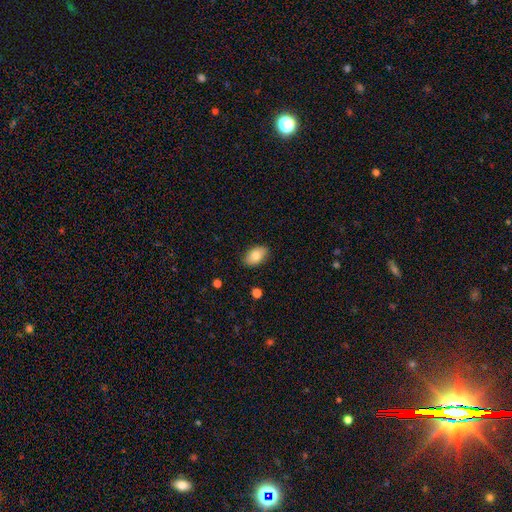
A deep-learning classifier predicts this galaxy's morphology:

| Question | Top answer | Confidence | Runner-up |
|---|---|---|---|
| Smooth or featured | smooth | 82% | featured or disk (11%) |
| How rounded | in between | 90% | round (8%) |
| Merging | none | 86% | minor disturbance (11%) |